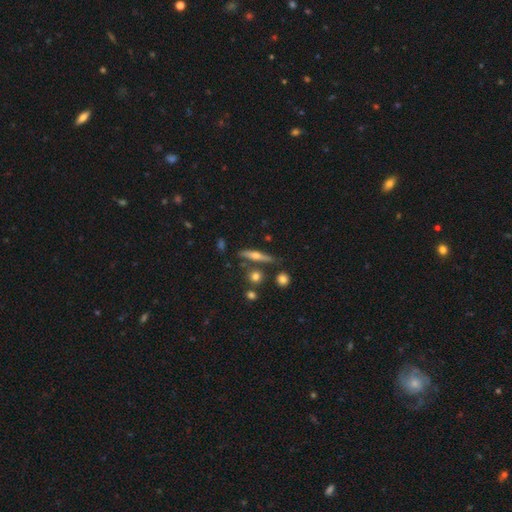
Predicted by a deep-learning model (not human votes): The model was most divided on "smooth or featured": featured or disk: 60%, smooth: 32%, star or artifact: 8%. More confident: edge-on disk — yes (94%); edge-on bulge — rounded (89%); merging — none (79%).